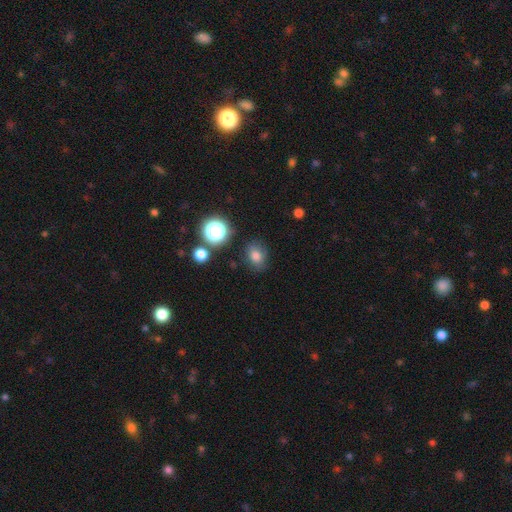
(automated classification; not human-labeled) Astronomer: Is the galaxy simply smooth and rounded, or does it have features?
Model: smooth — 77%.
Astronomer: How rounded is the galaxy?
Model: in between — 59% (runner-up: round, 40%).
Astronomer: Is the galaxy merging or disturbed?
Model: none — 79%.